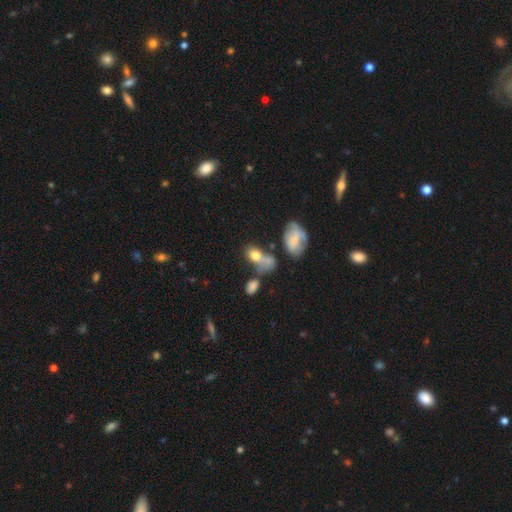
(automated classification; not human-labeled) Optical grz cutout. It shows a smooth galaxy with no disk features (69%) that is in between round and cigar-shaped (75%). Merging: none (33%, tied with merger).